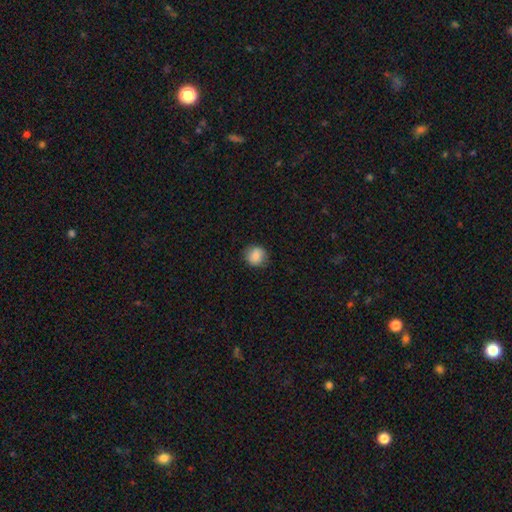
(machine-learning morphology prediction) Overall: smooth (86%). How rounded: round (88%). Merging: none (86%).